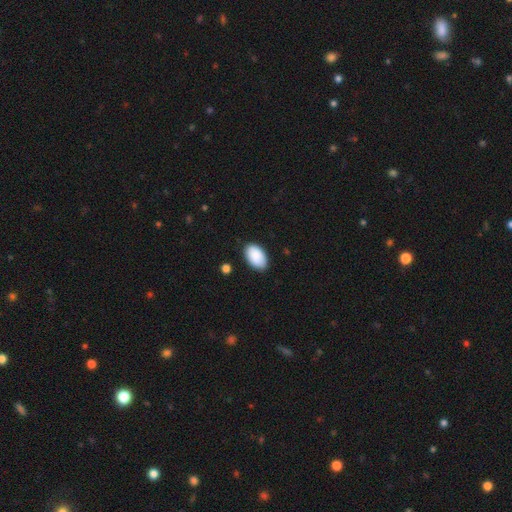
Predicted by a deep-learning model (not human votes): smooth 90%, star or artifact 6%, featured or disk 4%. Down the decision tree: how rounded — in between (94%); merging — none (85%).